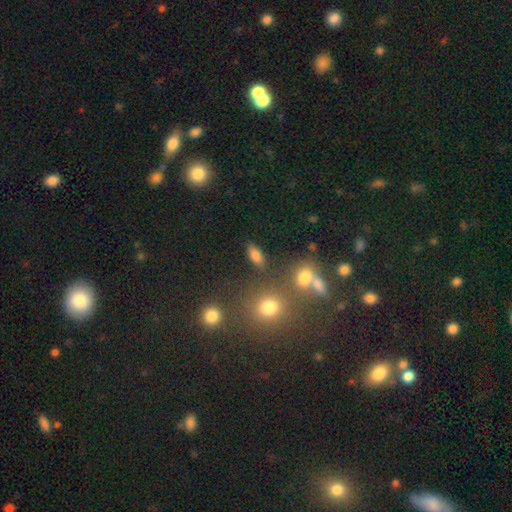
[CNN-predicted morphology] type=smooth (77%); roundness=in between (79%); merging=none (82%).